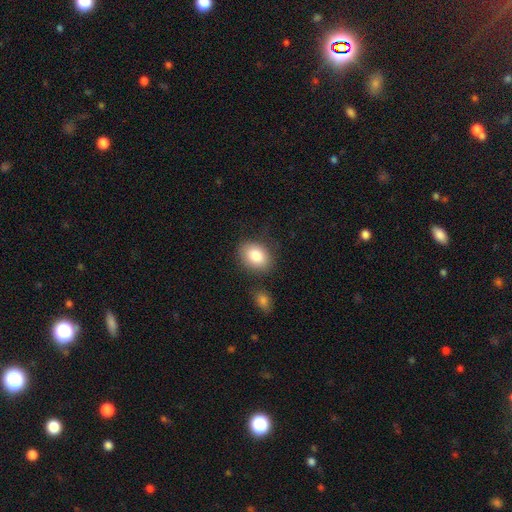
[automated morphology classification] This appears to be a smooth galaxy with no disk features (85%) that is in between round and cigar-shaped (71%). Merging: none (78%).